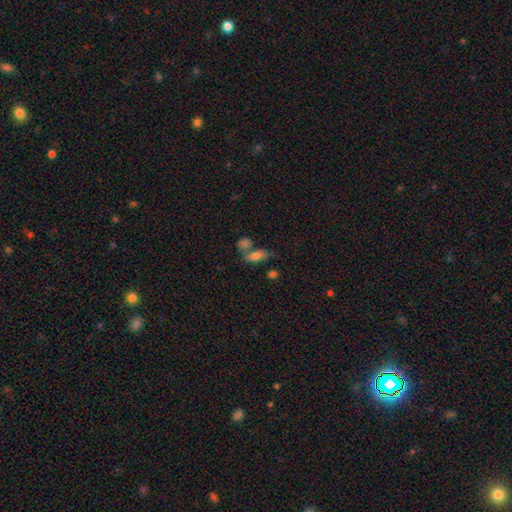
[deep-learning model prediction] Morphology: type=smooth (75%); roundness=in between (76%); merging=none (44%).